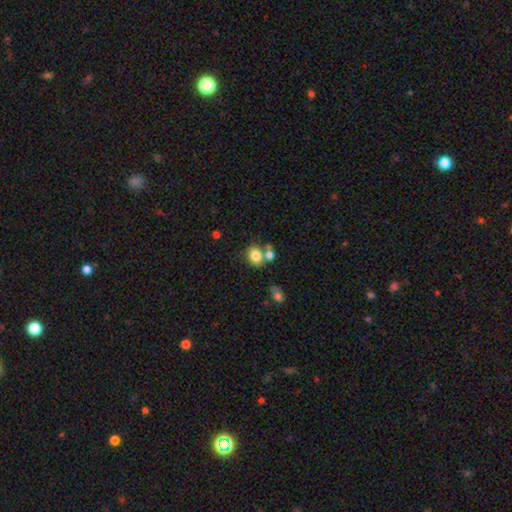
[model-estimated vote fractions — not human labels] Smooth or featured?
  - smooth: 81% *
  - star or artifact: 10%
  - featured or disk: 9%
How rounded?
  - round: 56% *
  - in between: 43%
  - cigar-shaped: 1%
Merging?
  - none: 54% *
  - merger: 28%
  - minor disturbance: 13%
  - major disturbance: 5%